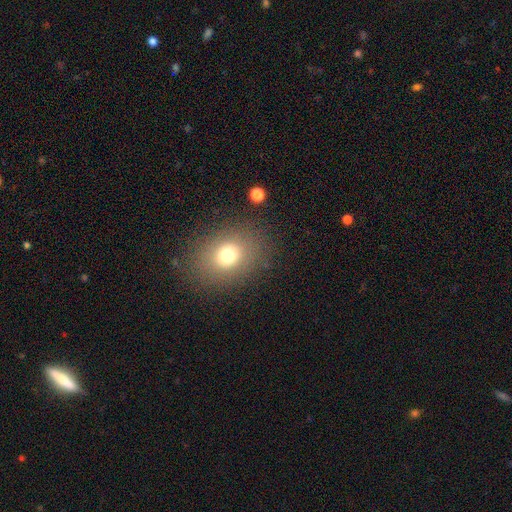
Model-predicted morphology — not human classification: Overall: smooth (72%). How rounded: in between (57%; round 42%). Merging: none (86%).